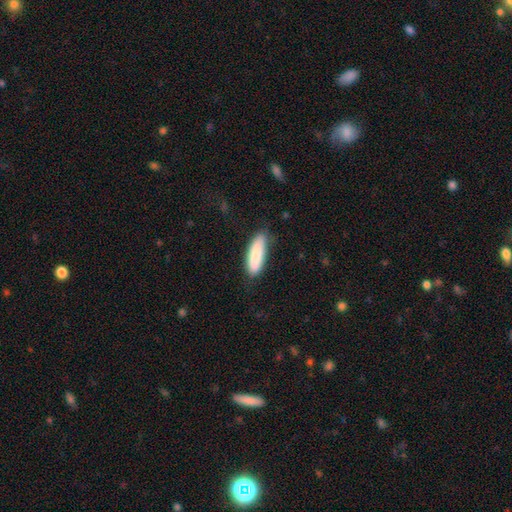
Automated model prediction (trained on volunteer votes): smooth 84%, featured or disk 11%, star or artifact 5%. Down the decision tree: how rounded — cigar-shaped (51%); merging — none (77%).